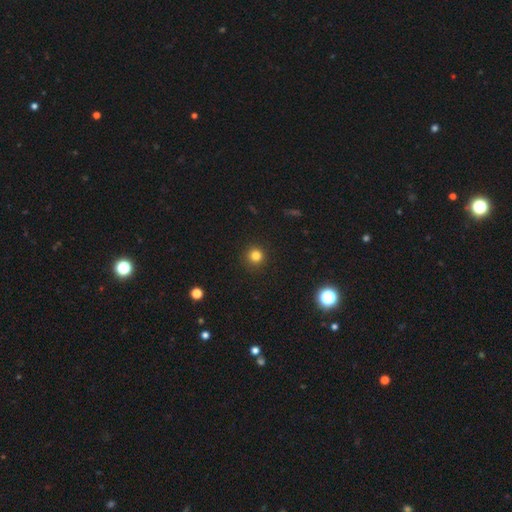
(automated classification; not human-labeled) Q: Smooth or featured?
A: smooth (82%); runner-up: star or artifact (14%)
Q: How rounded?
A: round (95%); runner-up: in between (4%)
Q: Merging?
A: none (92%); runner-up: minor disturbance (5%)